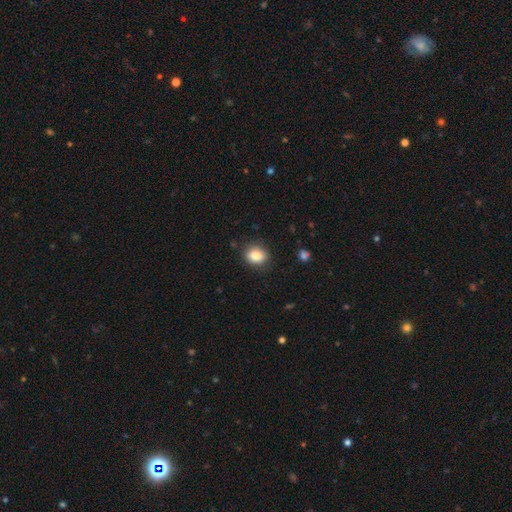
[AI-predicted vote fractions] A smooth galaxy with no disk features (83%) that is round (50%).

Vote fractions:
- Smooth or featured? smooth: 83% / star or artifact: 9% / featured or disk: 8%
- How rounded? round: 50% / in between: 49% / cigar-shaped: 1%
- Merging? none: 84% / minor disturbance: 12% / major disturbance: 3% / merger: 1%